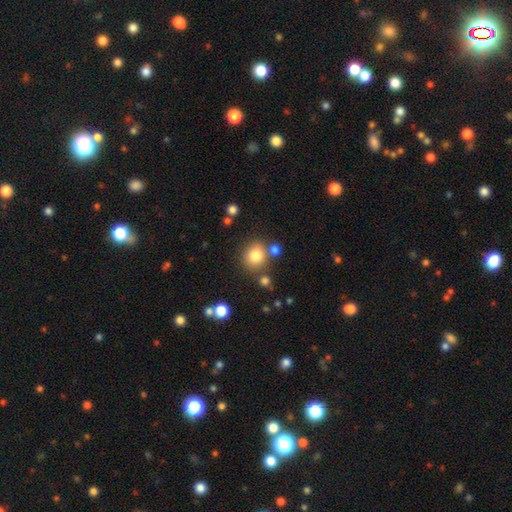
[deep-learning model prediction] smooth_or_featured: smooth (p=0.80) [alt: star or artifact p=0.12]
how_rounded: round (p=0.83) [alt: in between p=0.16]
merging: none (p=0.73) [alt: merger p=0.13]